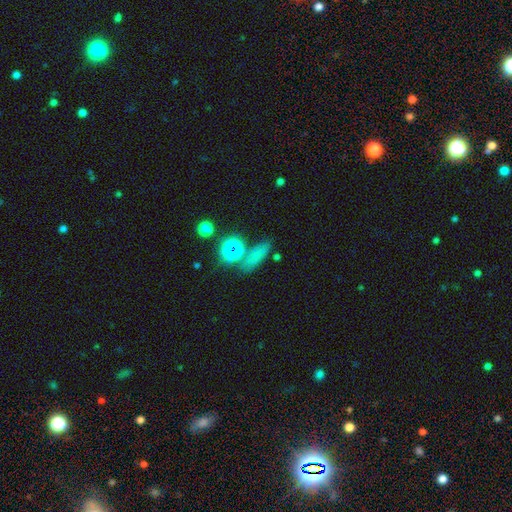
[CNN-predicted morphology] Smooth or featured: smooth — 62% (star or artifact — 26%)
How rounded: cigar-shaped — 45% (in between — 33%)
Merging: none — 71% (minor disturbance — 13%)